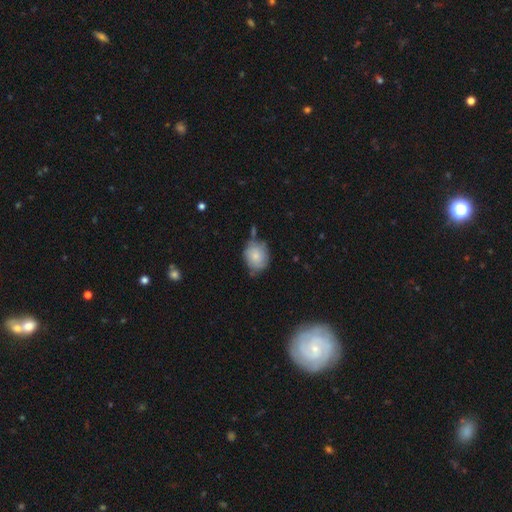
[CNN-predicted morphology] The model was most divided on "how rounded": round: 56%, in between: 42%, cigar-shaped: 1%. More confident: smooth or featured — smooth (71%); merging — none (55%).